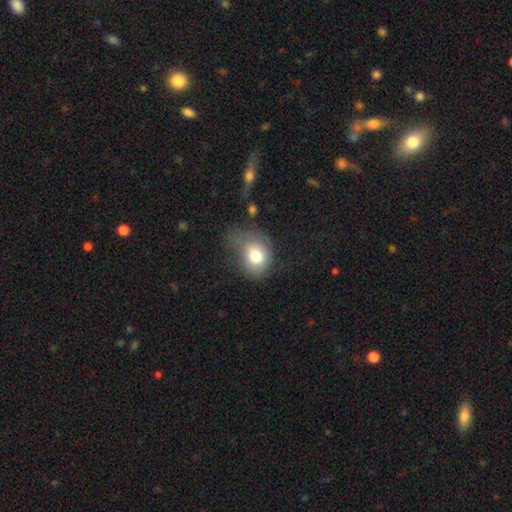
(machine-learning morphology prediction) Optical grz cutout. It shows a smooth galaxy with no disk features (77%) that is in between round and cigar-shaped (51%). Merging: none (38%).